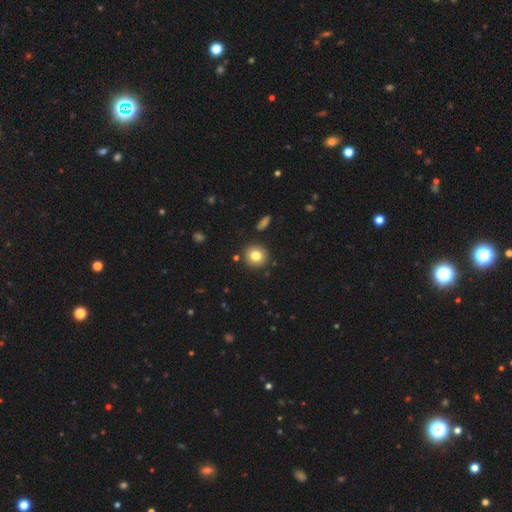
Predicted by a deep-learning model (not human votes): Smooth or featured? smooth (81%)
How rounded? round (91%)
Merging? none (88%)